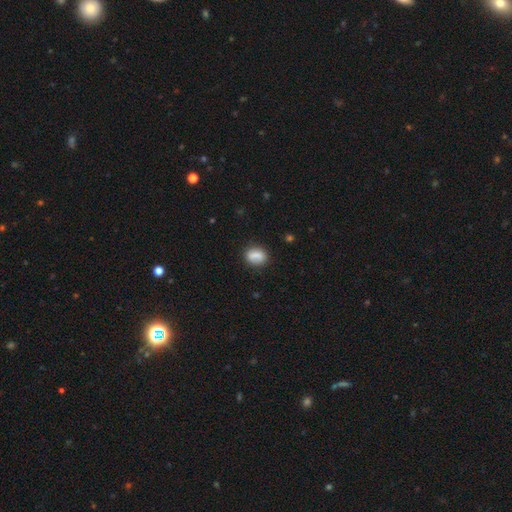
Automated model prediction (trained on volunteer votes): This appears to be a smooth galaxy with no disk features (77%) that is in between round and cigar-shaped (54%). Merging: none (75%).